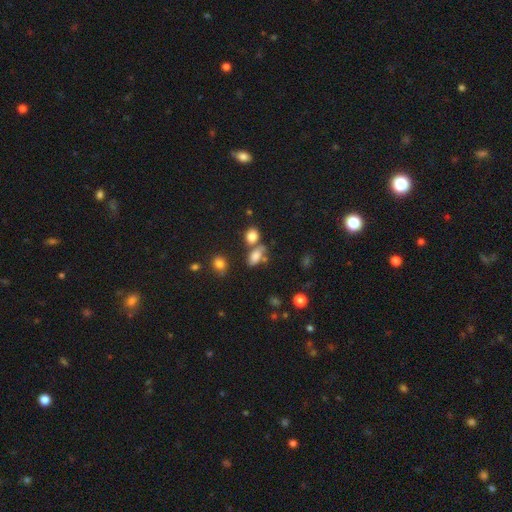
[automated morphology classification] This appears to be a smooth galaxy with no disk features (76%) that is in between round and cigar-shaped (81%). Merging: none (47%).